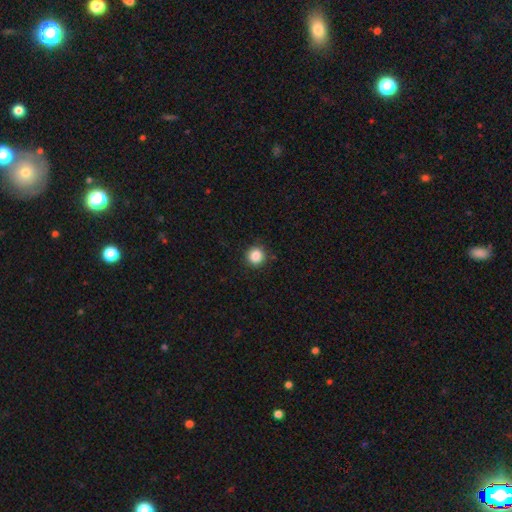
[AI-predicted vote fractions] The model was most divided on "smooth or featured": smooth: 86%, star or artifact: 10%, featured or disk: 4%. More confident: how rounded — round (94%); merging — none (90%).